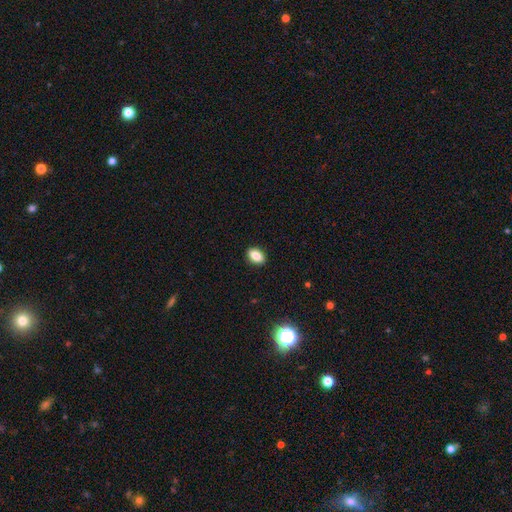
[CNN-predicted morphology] This is clearly a smooth galaxy (85%). How rounded: clearly in between (84%). Merging: clearly none (90%).